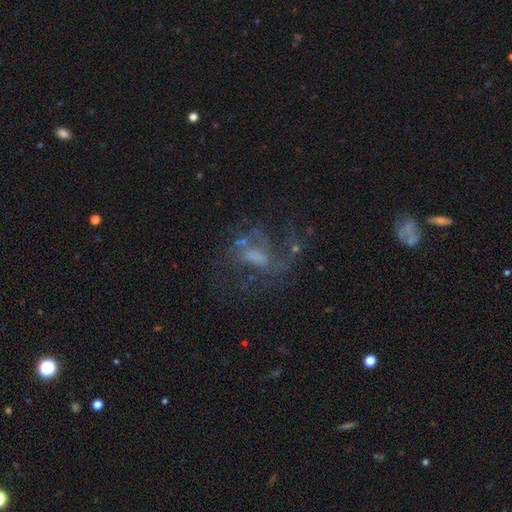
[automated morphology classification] Smooth or featured: featured or disk — 68% (star or artifact — 17%)
Edge-on disk: no — 96% (yes — 4%)
Bar: no — 44% (weak — 42%)
Spiral arms: yes — 67% (no — 33%)
Bulge size: none — 33% (moderate — 32%)
Merging: none — 45% (major disturbance — 34%)